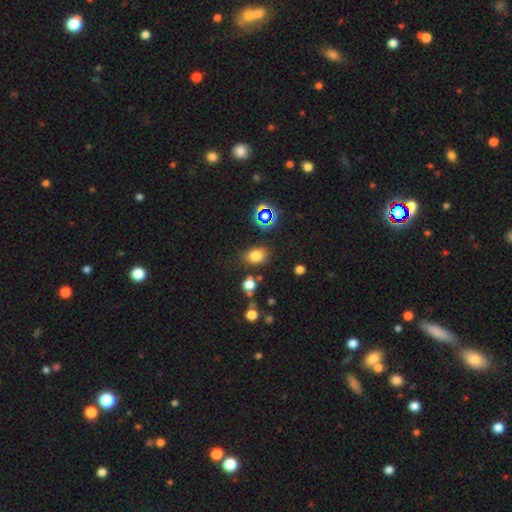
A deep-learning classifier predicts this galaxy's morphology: This is likely a smooth galaxy (73%). How rounded: likely in between (63%). Merging: likely none (76%).